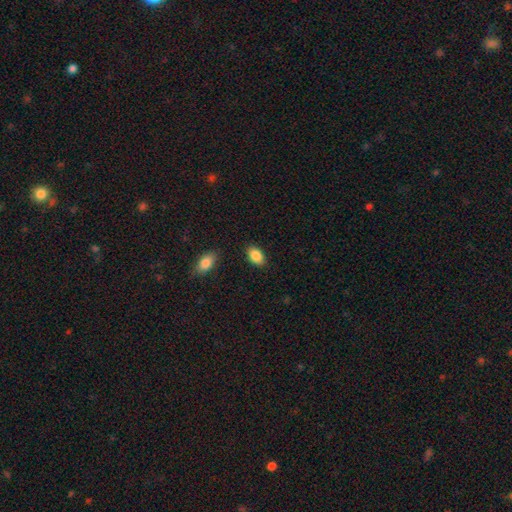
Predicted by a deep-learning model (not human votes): Q: Smooth or featured?
A: smooth (88%); runner-up: star or artifact (7%)
Q: How rounded?
A: in between (90%); runner-up: round (8%)
Q: Merging?
A: none (87%); runner-up: minor disturbance (9%)